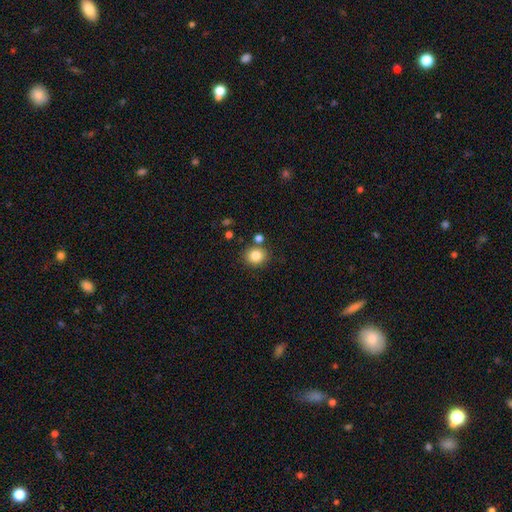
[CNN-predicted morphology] type=smooth (83%); roundness=round (82%); merging=none (79%).